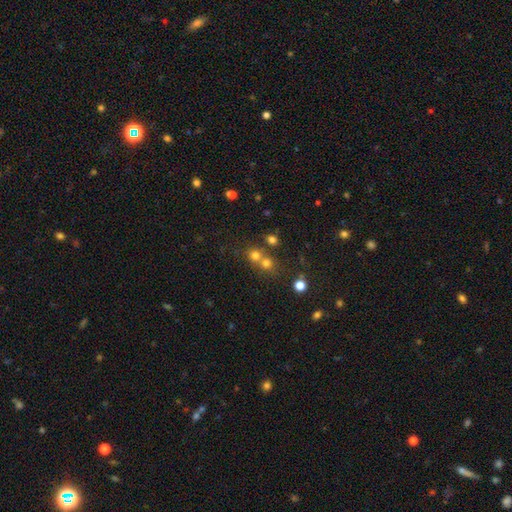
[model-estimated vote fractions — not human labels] Overall: smooth (67%). How rounded: round (85%). Merging: none (46%, tied with merger).